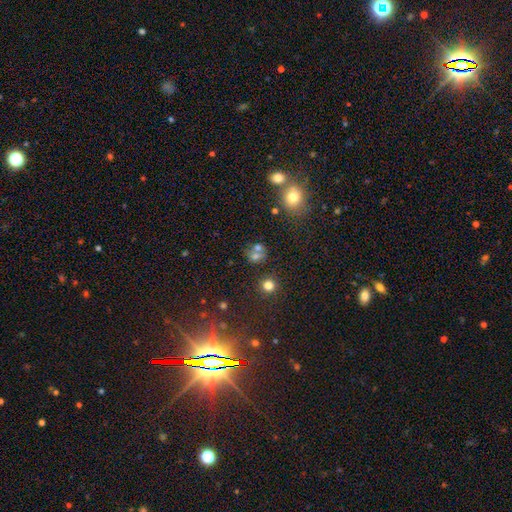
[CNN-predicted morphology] smooth 62%, star or artifact 24%, featured or disk 14%. Down the decision tree: how rounded — round (76%); merging — none (53%).